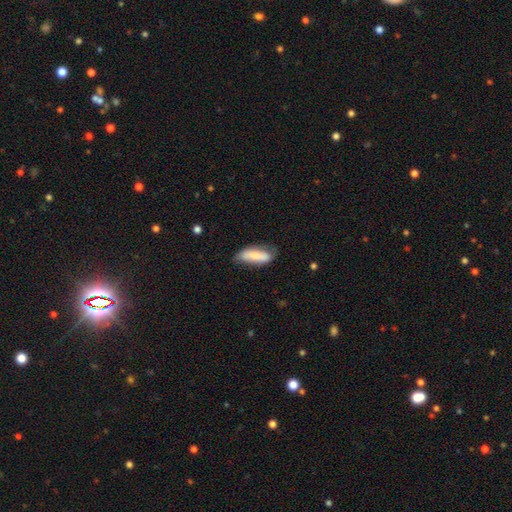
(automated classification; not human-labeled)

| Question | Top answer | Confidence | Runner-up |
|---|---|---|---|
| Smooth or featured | smooth | 72% | featured or disk (22%) |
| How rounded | in between | 66% | cigar-shaped (32%) |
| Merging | none | 57% | minor disturbance (32%) |